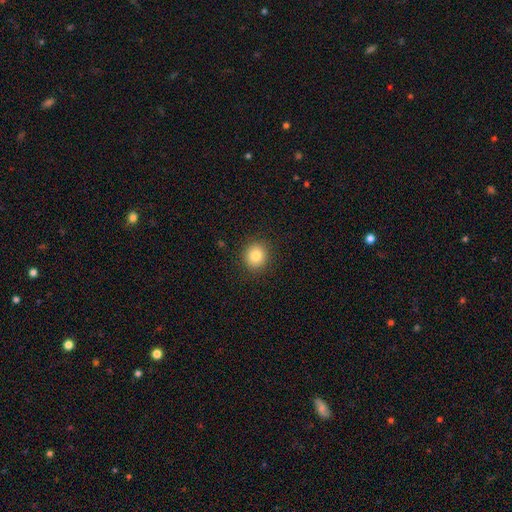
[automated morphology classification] smooth_or_featured: smooth (p=0.82) [alt: star or artifact p=0.11]
how_rounded: round (p=0.86) [alt: in between p=0.13]
merging: none (p=0.90) [alt: minor disturbance p=0.07]